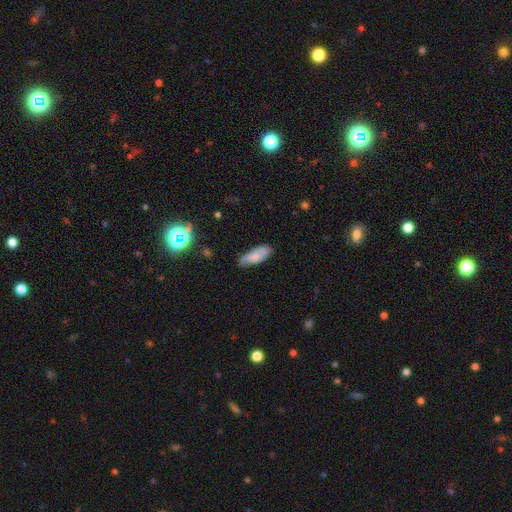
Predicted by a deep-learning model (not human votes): A smooth galaxy with no disk features (74%) that is in between round and cigar-shaped (73%). Merging: none (63%).